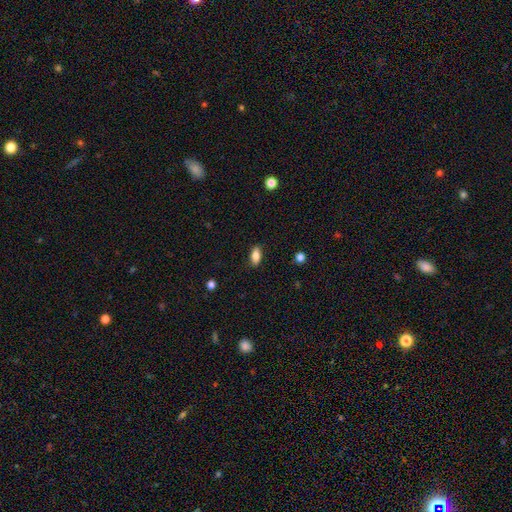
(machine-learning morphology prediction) smooth 83%, featured or disk 9%, star or artifact 8%. Down the decision tree: how rounded — in between (85%); merging — none (86%).